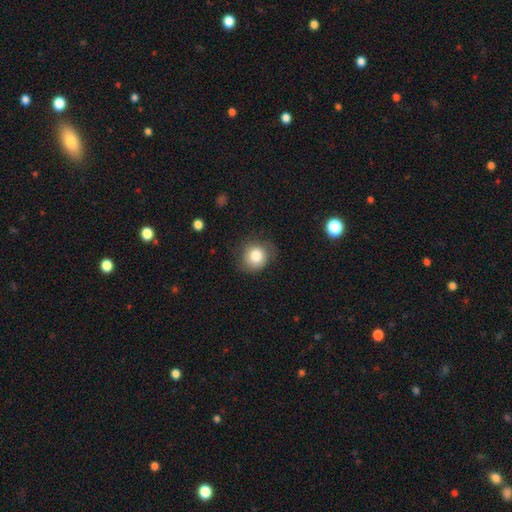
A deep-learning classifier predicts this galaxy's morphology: Smooth or featured? Predicted: smooth (p=0.81). How rounded? Predicted: round (p=0.82). Merging? Predicted: none (p=0.72).